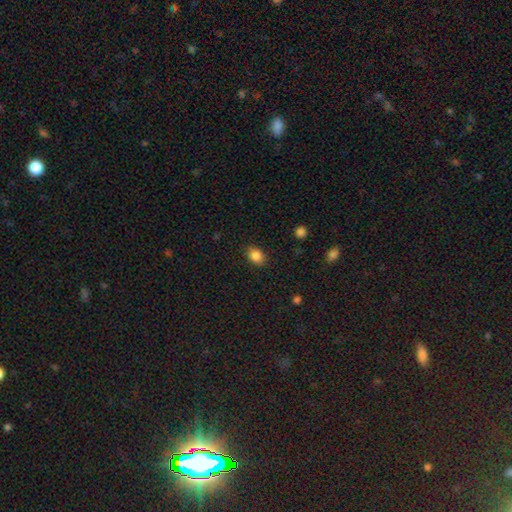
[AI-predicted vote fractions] Q: Smooth or featured?
A: smooth (86%); runner-up: star or artifact (10%)
Q: How rounded?
A: in between (63%); runner-up: round (36%)
Q: Merging?
A: none (85%); runner-up: minor disturbance (11%)